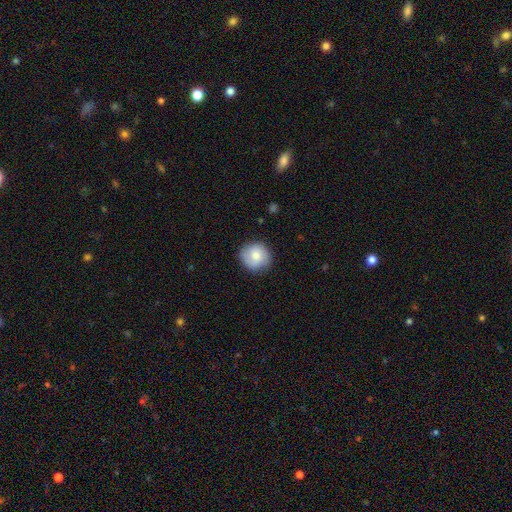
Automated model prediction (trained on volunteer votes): Smooth or featured? smooth (77%)
How rounded? round (91%)
Merging? none (84%)